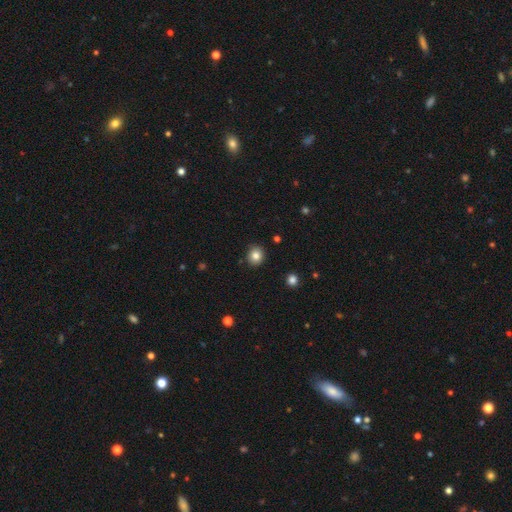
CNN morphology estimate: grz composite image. It shows a smooth galaxy with no disk features (83%) that is round (83%). Merging: none (89%).